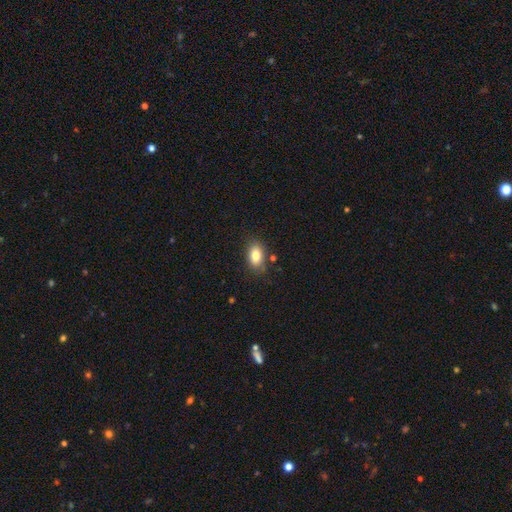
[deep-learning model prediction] smooth-or-featured: smooth: 83% | featured or disk: 9% | star or artifact: 8%
  how-rounded: in between: 88% | round: 9% | cigar-shaped: 3%
  merging: none: 78% | minor disturbance: 15% | merger: 3% | major disturbance: 3%